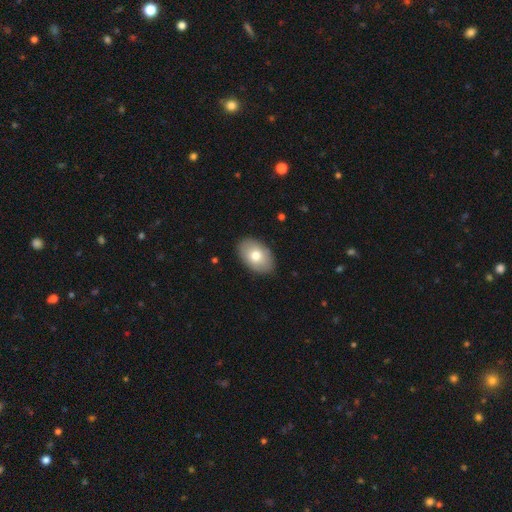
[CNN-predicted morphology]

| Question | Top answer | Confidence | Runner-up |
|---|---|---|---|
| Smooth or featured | smooth | 75% | featured or disk (18%) |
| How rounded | in between | 89% | round (10%) |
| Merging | none | 87% | minor disturbance (10%) |